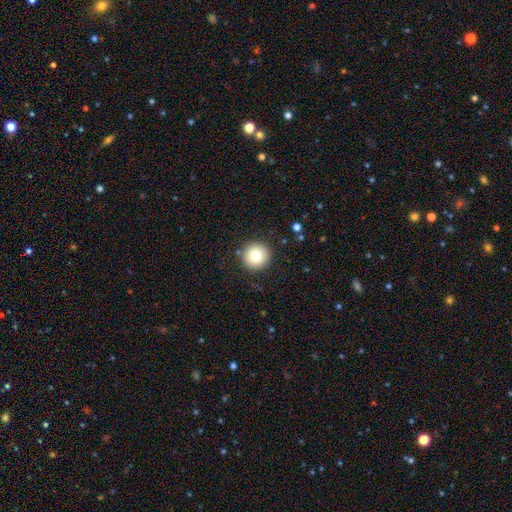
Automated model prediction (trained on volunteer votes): Smooth or featured? smooth (79%)
How rounded? round (95%)
Merging? none (90%)